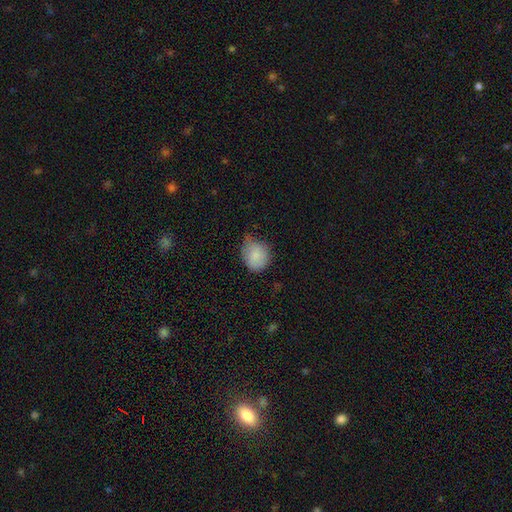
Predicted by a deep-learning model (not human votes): This appears to be a smooth galaxy with no disk features (86%) that is round (69%). Merging: none (45%, tied with minor disturbance).